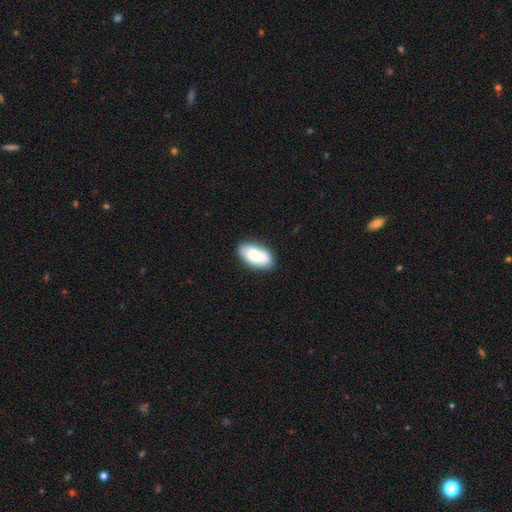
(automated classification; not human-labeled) Overall: smooth (80%). How rounded: in between (93%). Merging: none (81%).